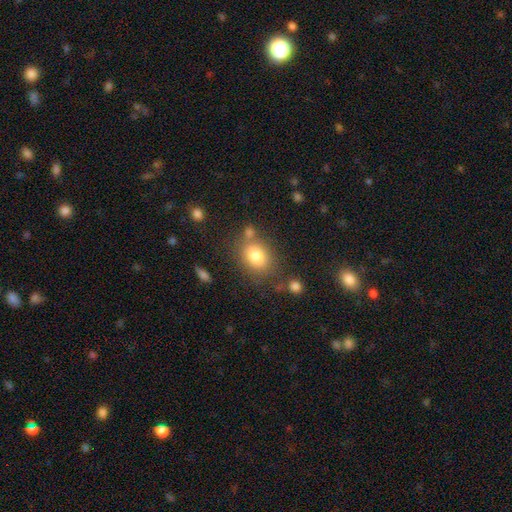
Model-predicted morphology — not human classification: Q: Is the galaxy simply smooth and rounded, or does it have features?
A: smooth — 81%.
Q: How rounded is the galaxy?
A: in between — 67%.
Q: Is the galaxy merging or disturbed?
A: none — 67%.